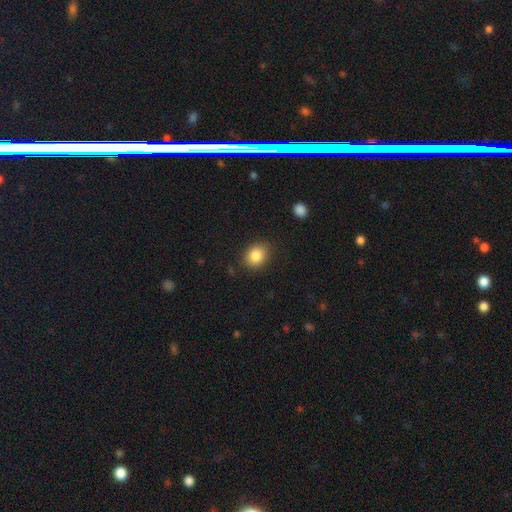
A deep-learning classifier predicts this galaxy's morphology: Q: Smooth or featured?
A: smooth (85%); runner-up: star or artifact (9%)
Q: How rounded?
A: round (51%); runner-up: in between (48%)
Q: Merging?
A: none (85%); runner-up: minor disturbance (11%)